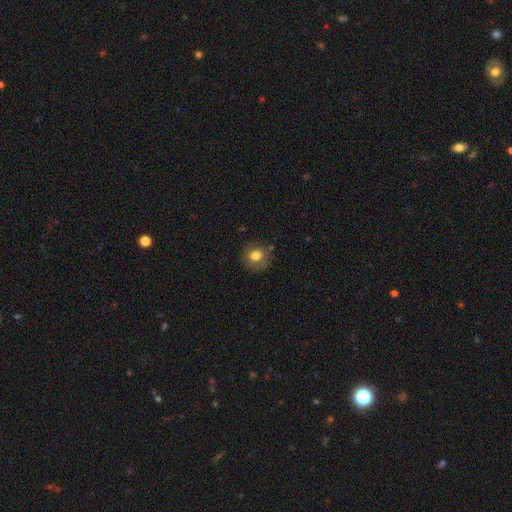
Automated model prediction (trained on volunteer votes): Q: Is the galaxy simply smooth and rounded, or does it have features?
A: smooth — 76%.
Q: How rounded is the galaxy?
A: round — 75%.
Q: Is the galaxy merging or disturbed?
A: none — 78%.